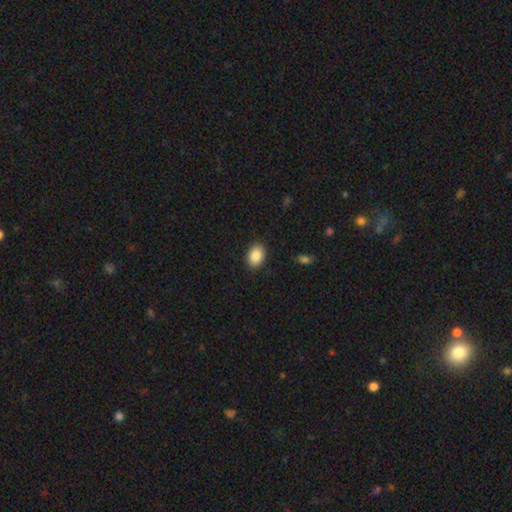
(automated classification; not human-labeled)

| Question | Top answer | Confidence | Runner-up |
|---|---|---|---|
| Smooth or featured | smooth | 89% | star or artifact (7%) |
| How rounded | in between | 78% | round (21%) |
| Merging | none | 88% | minor disturbance (9%) |